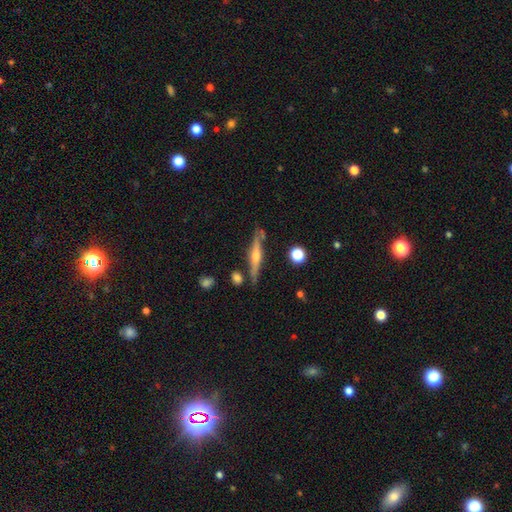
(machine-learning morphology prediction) This appears to be a featured or disk galaxy (68%) viewed edge-on (96%) with a rounded central bulge (83%). Merging: none (79%).